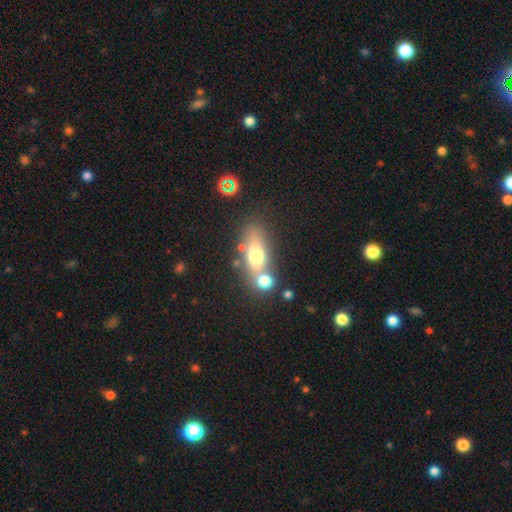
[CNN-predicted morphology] smooth_or_featured: smooth (p=0.62) [alt: featured or disk p=0.26]
how_rounded: in between (p=0.64) [alt: cigar-shaped p=0.22]
merging: none (p=0.54) [alt: merger p=0.28]